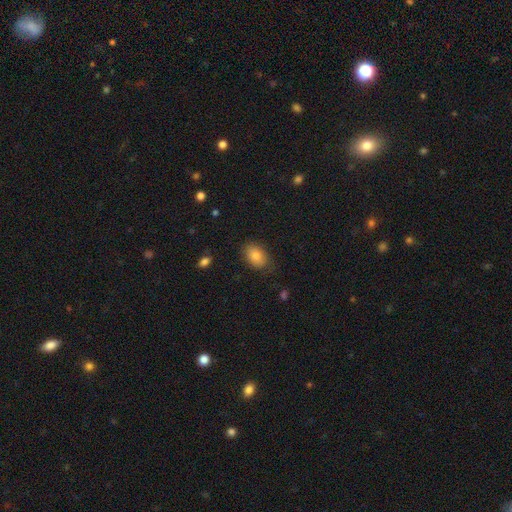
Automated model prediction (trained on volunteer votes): Smooth or featured? smooth (83%)
How rounded? in between (84%)
Merging? none (79%)